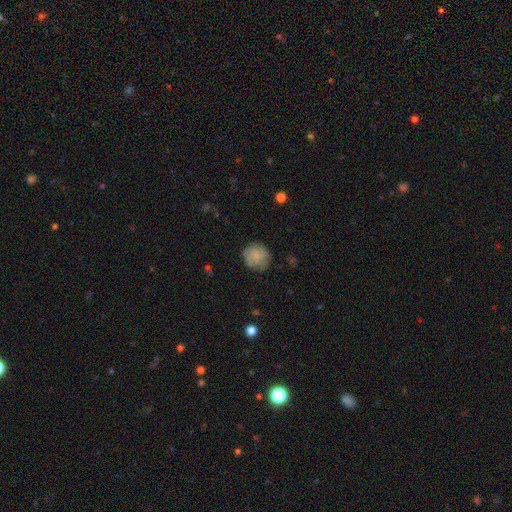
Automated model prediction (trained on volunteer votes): smooth_or_featured: smooth (p=0.73) [alt: featured or disk p=0.19]
how_rounded: round (p=0.89) [alt: in between p=0.10]
merging: none (p=0.77) [alt: minor disturbance p=0.17]